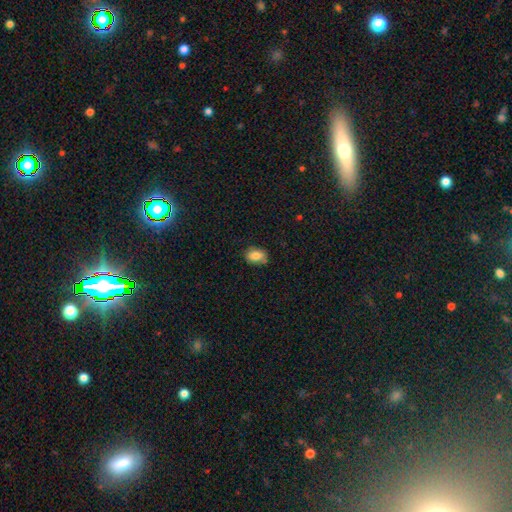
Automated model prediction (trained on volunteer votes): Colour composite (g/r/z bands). It shows a smooth galaxy with no disk features (83%) that is in between round and cigar-shaped (80%). Merging: none (76%).